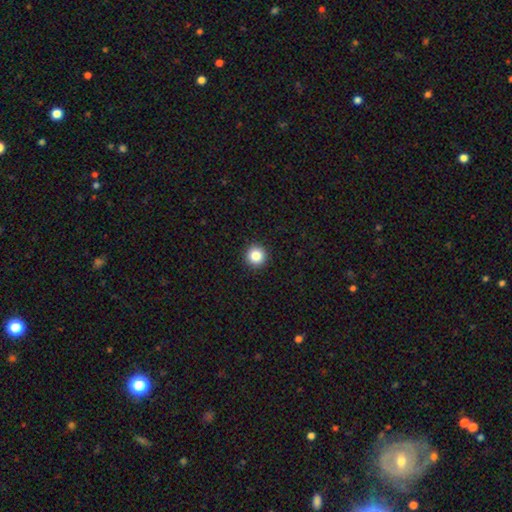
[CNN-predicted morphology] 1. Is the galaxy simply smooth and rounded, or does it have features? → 84% smooth, 11% star or artifact, 5% featured or disk.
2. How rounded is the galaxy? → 96% round, 3% in between, 1% cigar-shaped.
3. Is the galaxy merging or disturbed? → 94% none, 4% minor disturbance, 1% major disturbance, 1% merger.